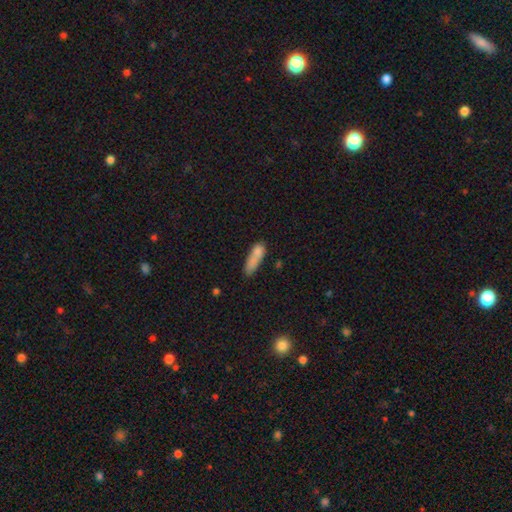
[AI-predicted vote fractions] This appears to be a smooth galaxy with no disk features (76%) that is cigar-shaped (55%). Merging: none (45%).